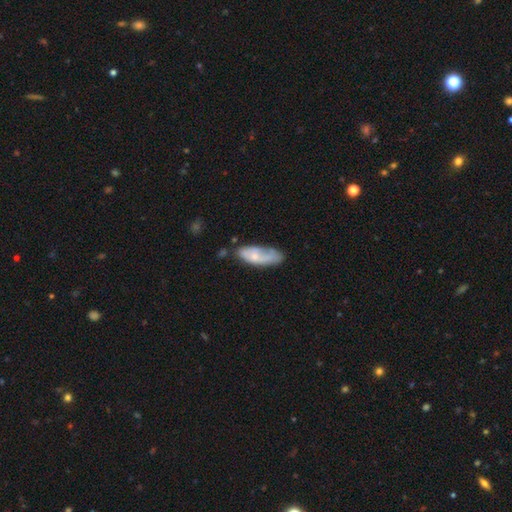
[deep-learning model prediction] smooth 59%, featured or disk 35%, star or artifact 6%. Down the decision tree: how rounded — in between (71%); merging — none (46%).